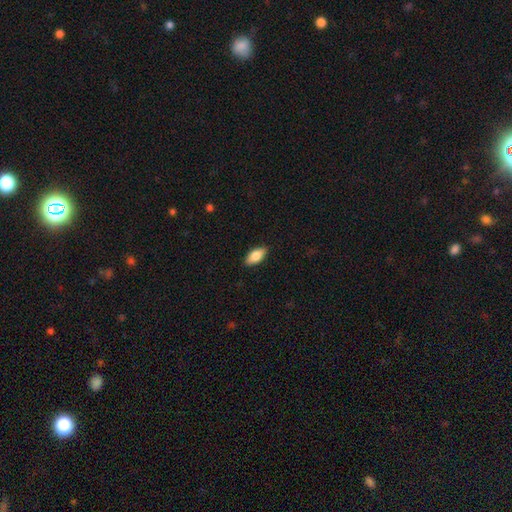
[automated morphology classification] Overall: smooth (84%). How rounded: in between (89%). Merging: none (88%).